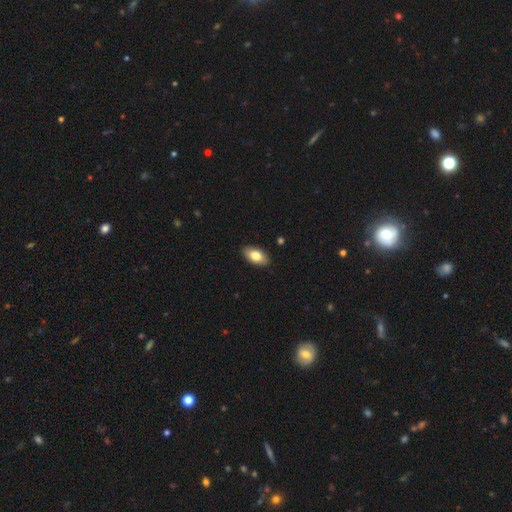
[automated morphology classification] Smooth or featured? smooth (80%)
How rounded? in between (93%)
Merging? none (89%)